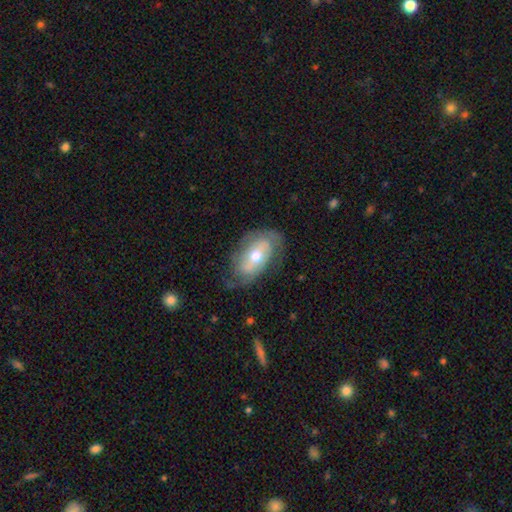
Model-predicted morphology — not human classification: type=featured or disk (64%); edge-on=no (92%); bar=no (52%); spiral arms=yes (71%); bulge=moderate (69%); merging=none (61%).